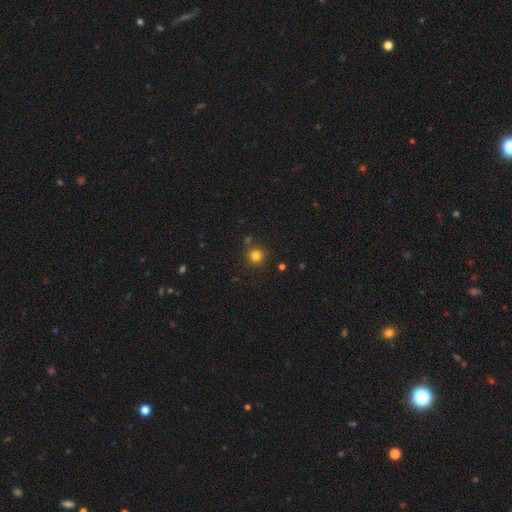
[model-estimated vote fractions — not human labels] Smooth or featured? smooth (80%)
How rounded? round (94%)
Merging? none (84%)